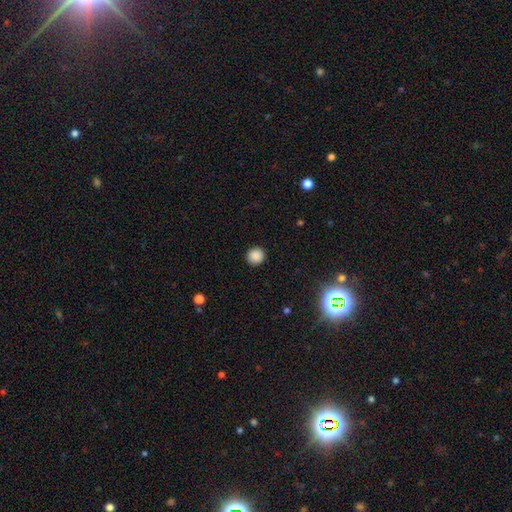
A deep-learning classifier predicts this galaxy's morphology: This is clearly a smooth galaxy (87%). How rounded: clearly round (92%). Merging: clearly none (92%).